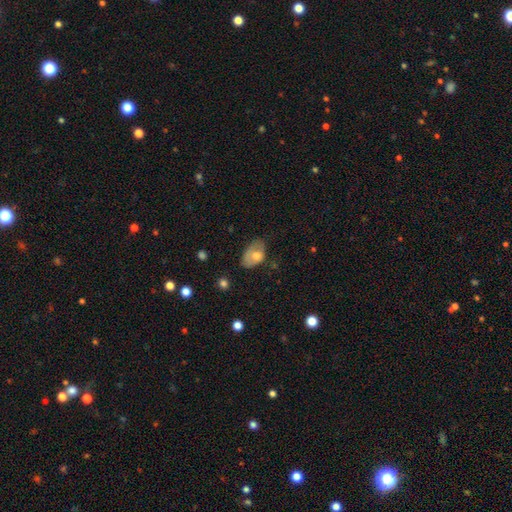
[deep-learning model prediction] A smooth galaxy with no disk features (68%) that is in between round and cigar-shaped (88%).

Vote fractions:
- Smooth or featured? smooth: 68% / featured or disk: 25% / star or artifact: 8%
- How rounded? in between: 88% / round: 11% / cigar-shaped: 1%
- Merging? none: 47% / minor disturbance: 38% / major disturbance: 13% / merger: 2%